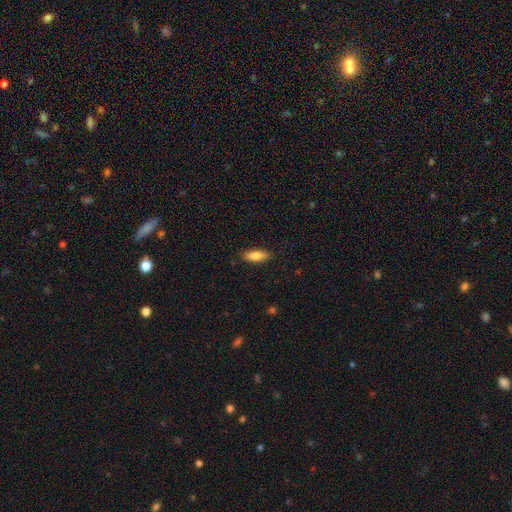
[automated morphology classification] Smooth or featured: smooth — 83% (featured or disk — 11%)
How rounded: in between — 64% (cigar-shaped — 34%)
Merging: none — 88% (minor disturbance — 9%)